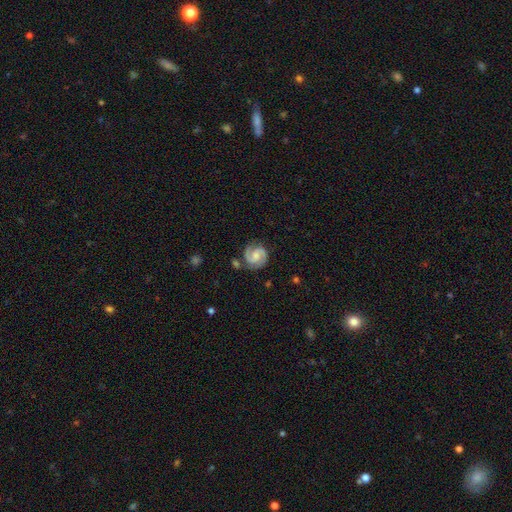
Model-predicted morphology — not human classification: The model was most divided on "bar": no: 45%, weak: 44%, strong: 12%. Remaining: edge-on disk — no (98%); spiral arms — yes (98%); spiral arm count — 2 (91%); smooth or featured — featured or disk (87%); merging — none (78%); spiral winding — medium (49%); bulge size — moderate (44%).